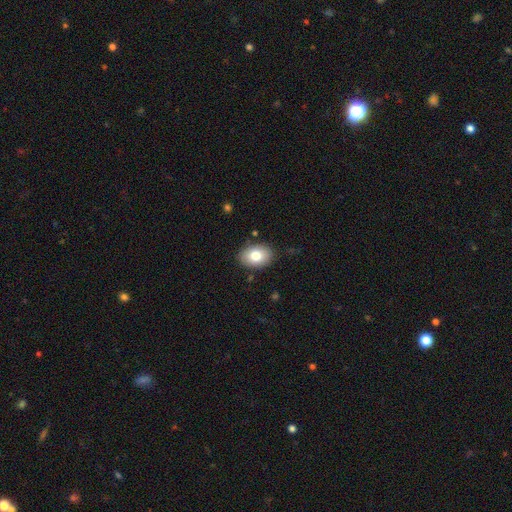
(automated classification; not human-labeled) A smooth galaxy with no disk features (79%) that is in between round and cigar-shaped (78%).

Vote fractions:
- Smooth or featured? smooth: 79% / featured or disk: 13% / star or artifact: 8%
- How rounded? in between: 78% / round: 21% / cigar-shaped: 1%
- Merging? none: 86% / minor disturbance: 10% / major disturbance: 2% / merger: 1%